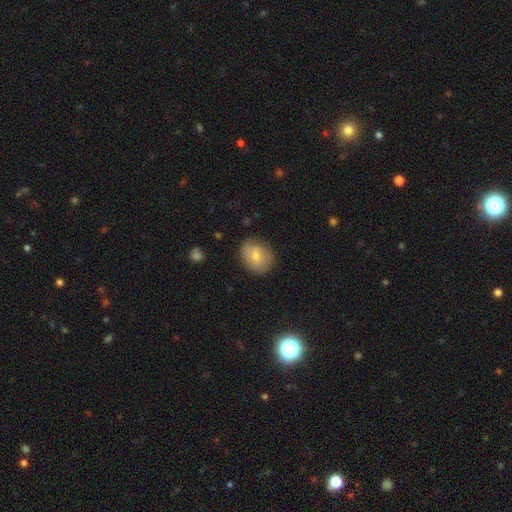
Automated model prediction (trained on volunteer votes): Morphology: type=smooth (71%); roundness=round (59%); merging=none (81%).